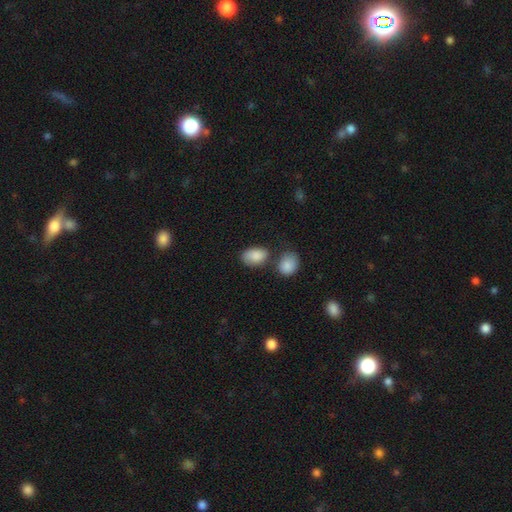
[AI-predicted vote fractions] This appears to be a smooth galaxy with no disk features (87%) that is in between round and cigar-shaped (87%). Merging: none (57%).